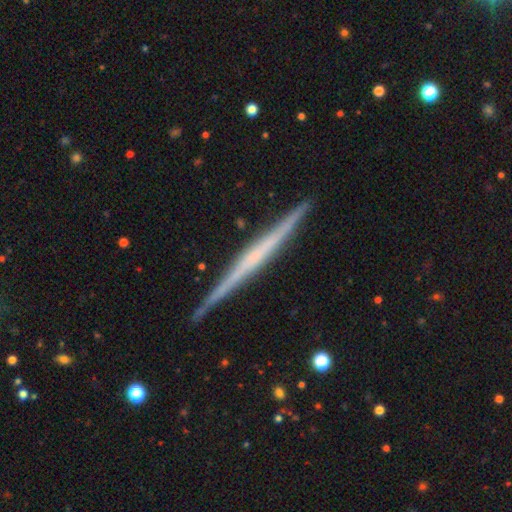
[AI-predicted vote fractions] Overall: featured or disk (72%). Edge-on disk: yes (98%). Edge-on bulge: none (81%). Merging: none (91%).